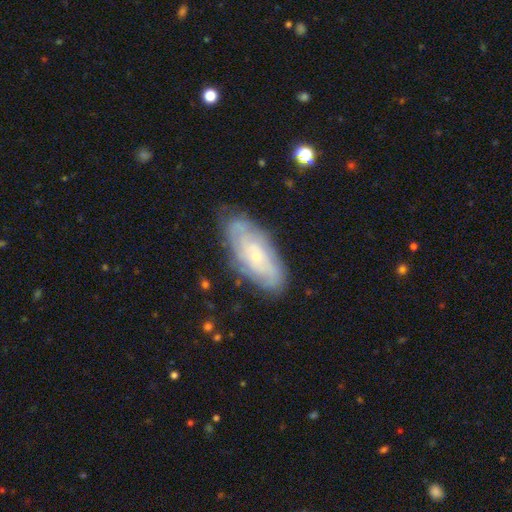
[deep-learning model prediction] This is likely a featured or disk galaxy (67%). It is clearly not viewed edge-on (90%). Bar: likely no (79%). Spiral arm pattern: likely yes (80%). Central bulge: likely small (79%). Merging: likely none (74%).